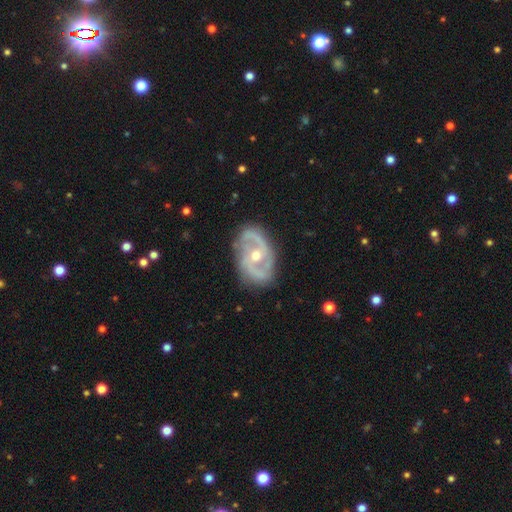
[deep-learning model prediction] The model was most divided on "bar": no: 50%, weak: 36%, strong: 15%. More confident: edge-on disk — no (96%); spiral arms — yes (94%); smooth or featured — featured or disk (88%); spiral arm count — 2 (87%); merging — none (80%); bulge size — moderate (63%); spiral winding — medium (51%).